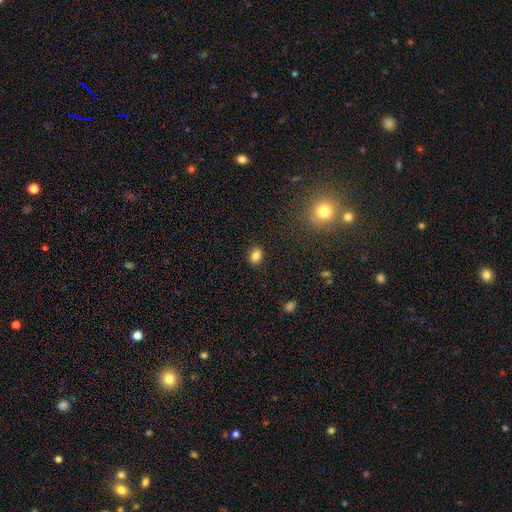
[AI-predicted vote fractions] Smooth or featured?
  - smooth: 83% *
  - star or artifact: 11%
  - featured or disk: 6%
How rounded?
  - in between: 56% *
  - round: 42%
  - cigar-shaped: 1%
Merging?
  - none: 87% *
  - minor disturbance: 9%
  - major disturbance: 2%
  - merger: 1%